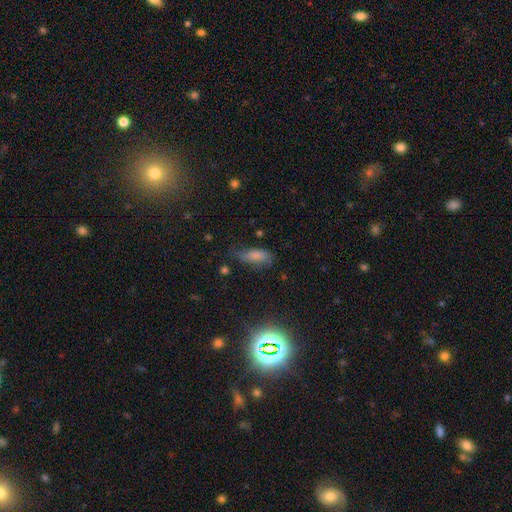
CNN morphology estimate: Overall: smooth (76%). How rounded: in between (74%). Merging: none (52%; minor disturbance 32%).